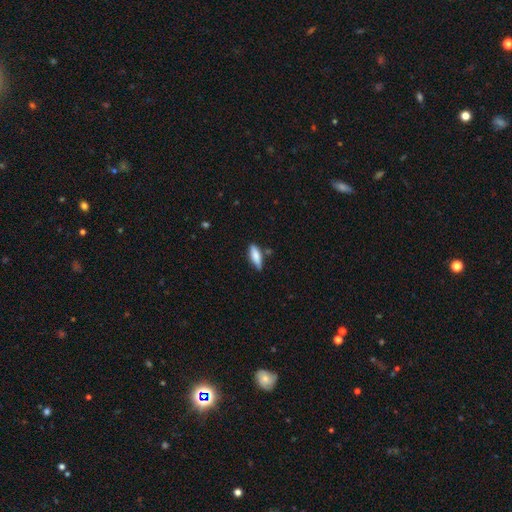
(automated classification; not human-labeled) Smooth or featured? smooth (80%)
How rounded? in between (58%)
Merging? none (69%)